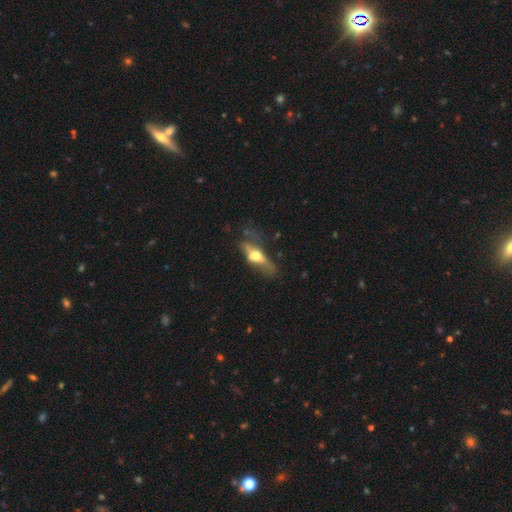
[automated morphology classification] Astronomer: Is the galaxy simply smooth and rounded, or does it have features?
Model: featured or disk — 56% (runner-up: smooth, 36%).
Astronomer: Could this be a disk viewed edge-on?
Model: yes — 72%.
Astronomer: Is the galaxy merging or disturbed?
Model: none — 51%.